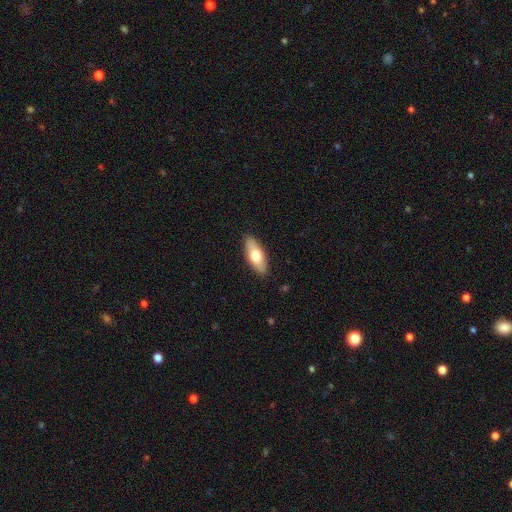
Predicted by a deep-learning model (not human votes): Overall: smooth (65%; featured or disk 29%). How rounded: in between (73%). Merging: none (88%).